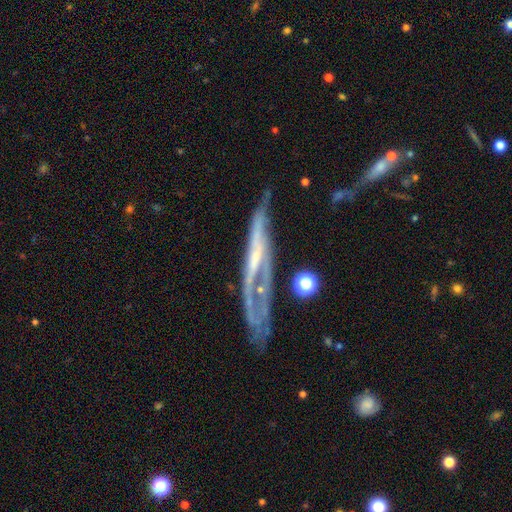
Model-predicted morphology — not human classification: This appears to be a featured or disk galaxy (74%) viewed edge-on (59%). Merging: none (35%).